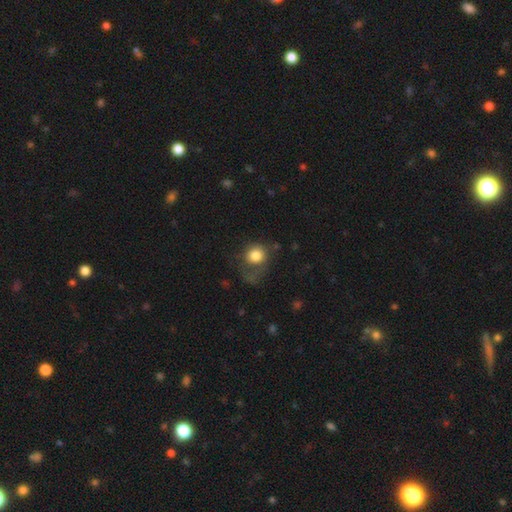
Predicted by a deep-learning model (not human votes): smooth 79%, featured or disk 11%, star or artifact 10%. Down the decision tree: how rounded — round (78%); merging — none (39%).